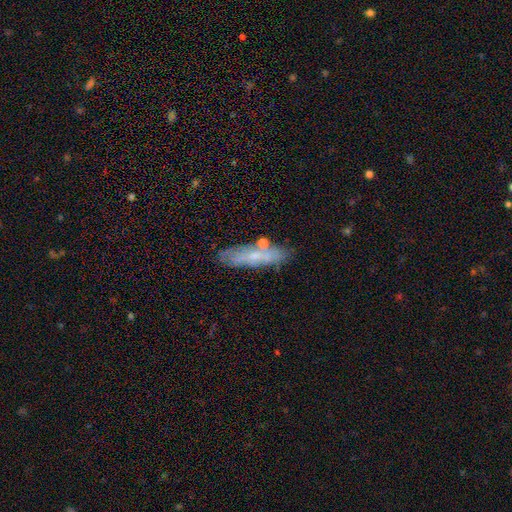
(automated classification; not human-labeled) Smooth or featured: featured or disk — 46% (smooth — 45%)
Merging: none — 74% (minor disturbance — 16%)